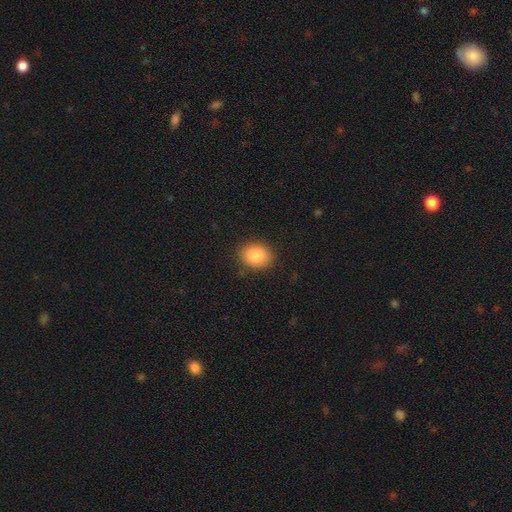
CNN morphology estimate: The model was most divided on "how rounded": round: 53%, in between: 46%, cigar-shaped: 1%. More confident: merging — none (88%); smooth or featured — smooth (86%).